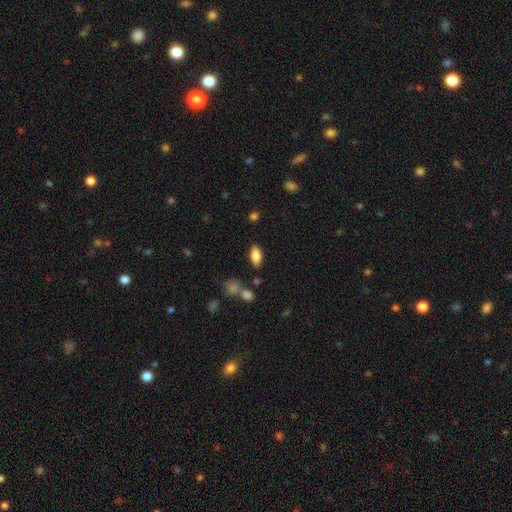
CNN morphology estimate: type=smooth (80%); roundness=in between (85%); merging=none (82%).